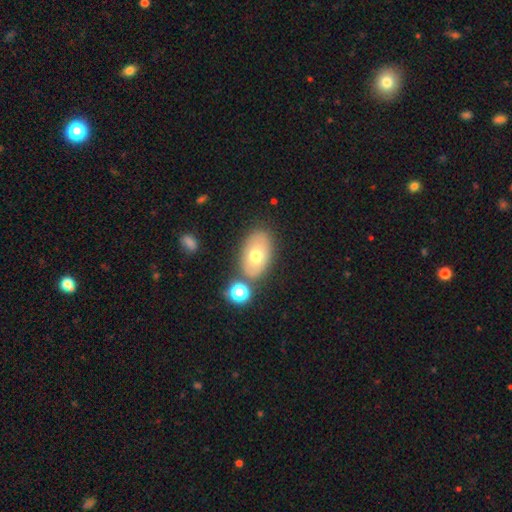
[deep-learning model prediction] Morphology: type=smooth (61%); roundness=in between (89%); merging=none (70%).